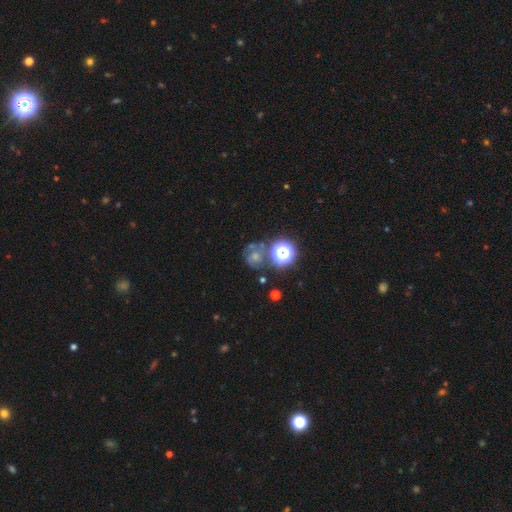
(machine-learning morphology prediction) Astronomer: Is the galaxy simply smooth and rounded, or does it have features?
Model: smooth — 49% (runner-up: star or artifact, 27%).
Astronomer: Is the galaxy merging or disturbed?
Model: none — 55%.